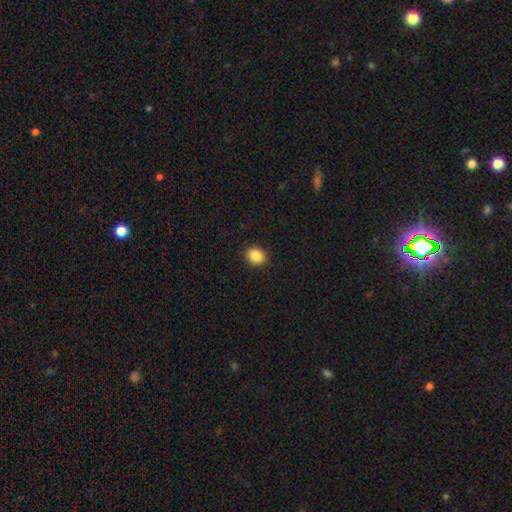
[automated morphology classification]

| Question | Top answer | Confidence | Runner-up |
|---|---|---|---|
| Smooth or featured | smooth | 88% | star or artifact (9%) |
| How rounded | in between | 52% | round (47%) |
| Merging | none | 90% | minor disturbance (7%) |